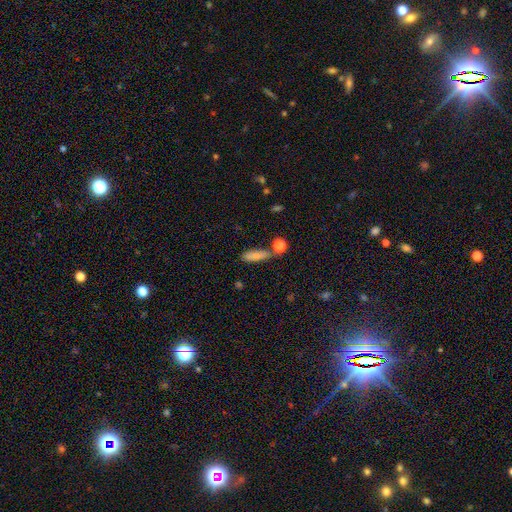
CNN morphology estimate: This is clearly a smooth galaxy (81%). How rounded: possibly cigar-shaped (53%). Merging: likely none (68%).